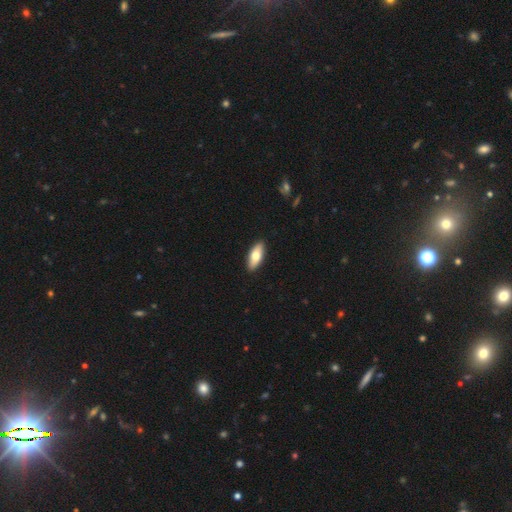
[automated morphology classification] Overall: smooth (74%). How rounded: in between (76%). Merging: none (91%).